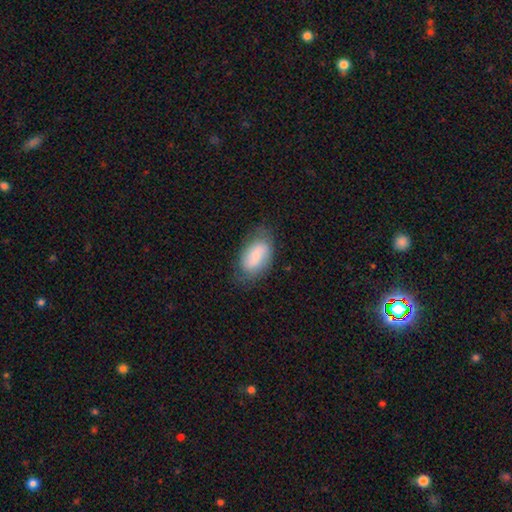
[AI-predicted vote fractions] A smooth galaxy with no disk features (72%) that is in between round and cigar-shaped (93%).

Vote fractions:
- Smooth or featured? smooth: 72% / featured or disk: 20% / star or artifact: 7%
- How rounded? in between: 93% / round: 5% / cigar-shaped: 2%
- Merging? none: 69% / minor disturbance: 23% / major disturbance: 7% / merger: 1%